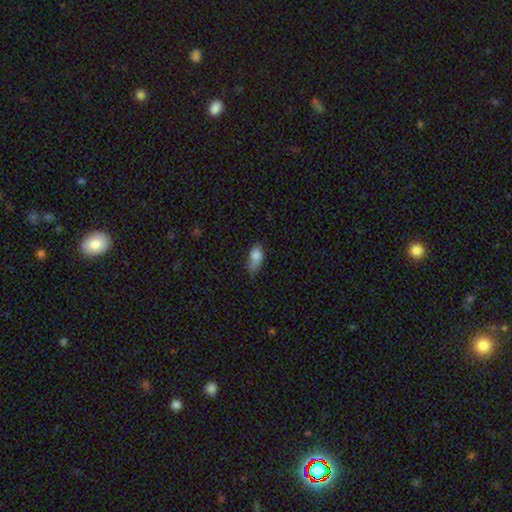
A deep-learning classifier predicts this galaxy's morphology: This appears to be a smooth galaxy with no disk features (82%) that is in between round and cigar-shaped (87%). Merging: none (42%).